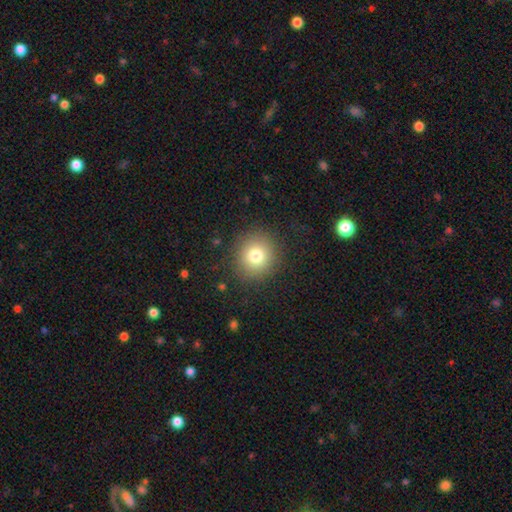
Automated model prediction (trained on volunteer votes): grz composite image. It shows a smooth galaxy with no disk features (78%) that is round (89%). Merging: none (88%).